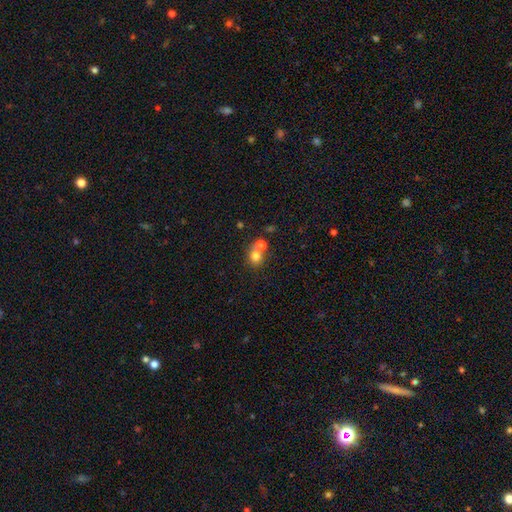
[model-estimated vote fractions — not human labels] A smooth galaxy with no disk features (76%) that is round (80%).

Vote fractions:
- Smooth or featured? smooth: 76% / star or artifact: 13% / featured or disk: 11%
- How rounded? round: 80% / in between: 19% / cigar-shaped: 1%
- Merging? none: 46% / merger: 44% / minor disturbance: 7% / major disturbance: 3%